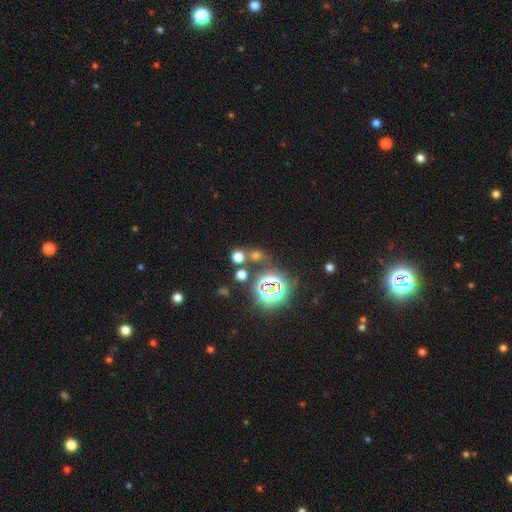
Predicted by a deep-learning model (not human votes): smooth_or_featured: star or artifact (p=0.46) [alt: smooth p=0.45]